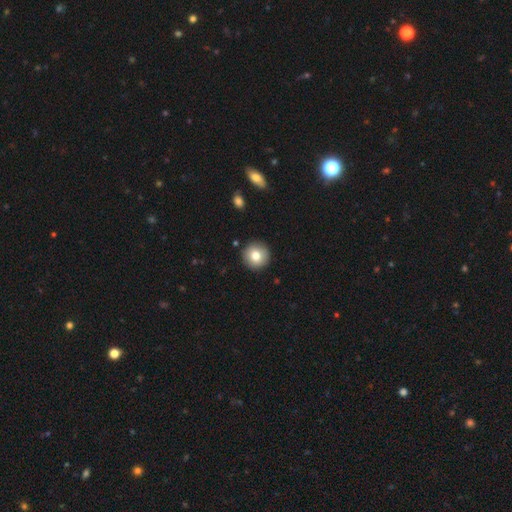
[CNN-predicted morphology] Smooth or featured? smooth (78%)
How rounded? round (96%)
Merging? none (91%)